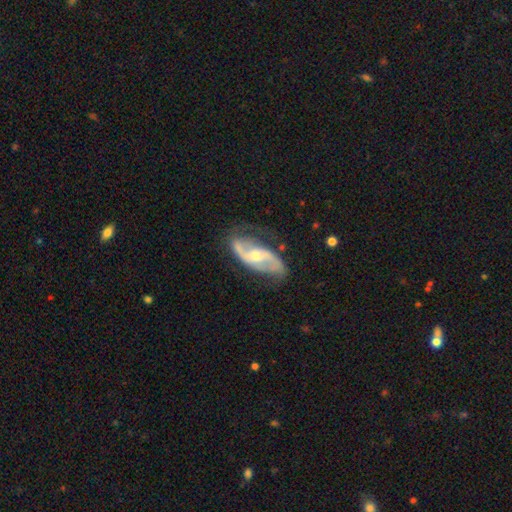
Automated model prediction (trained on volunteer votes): Smooth or featured? Predicted: featured or disk (p=0.85). Edge-on disk? Predicted: no (p=0.94). Bar? Predicted: no (p=0.39, tied with weak). Spiral arms? Predicted: yes (p=0.93). Spiral winding? Predicted: medium (p=0.42). Spiral arm count? Predicted: 2 (p=0.88). Bulge size? Predicted: moderate (p=0.58). Merging? Predicted: none (p=0.66).